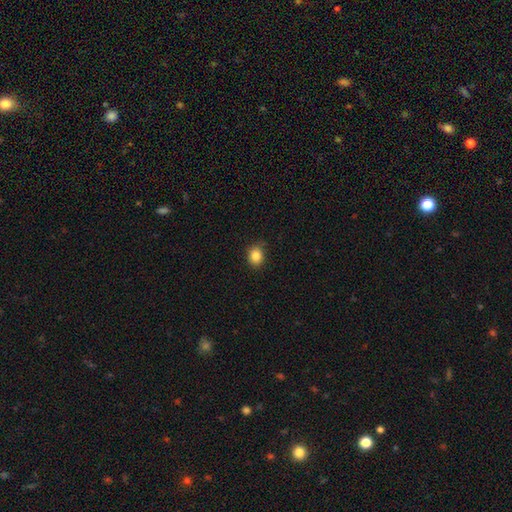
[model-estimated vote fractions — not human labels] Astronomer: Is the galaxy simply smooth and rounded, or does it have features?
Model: smooth — 85%.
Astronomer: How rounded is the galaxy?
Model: round — 63%.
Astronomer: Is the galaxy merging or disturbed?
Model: none — 82%.